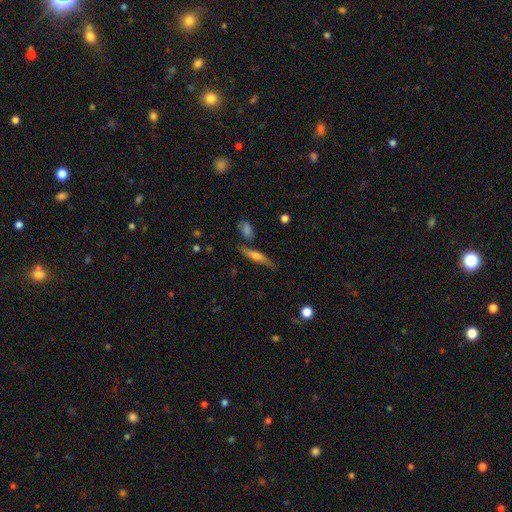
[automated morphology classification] Smooth or featured: featured or disk — 55% (smooth — 38%)
Edge-on disk: yes — 93% (no — 7%)
Edge-on bulge: rounded — 85% (none — 8%)
Merging: none — 76% (minor disturbance — 13%)